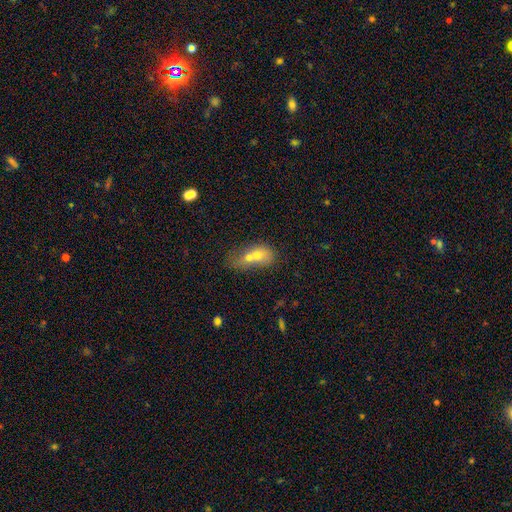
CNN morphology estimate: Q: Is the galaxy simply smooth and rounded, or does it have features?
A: smooth — 63%.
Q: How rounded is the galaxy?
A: in between — 65%.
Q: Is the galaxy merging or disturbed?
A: merger — 74%.